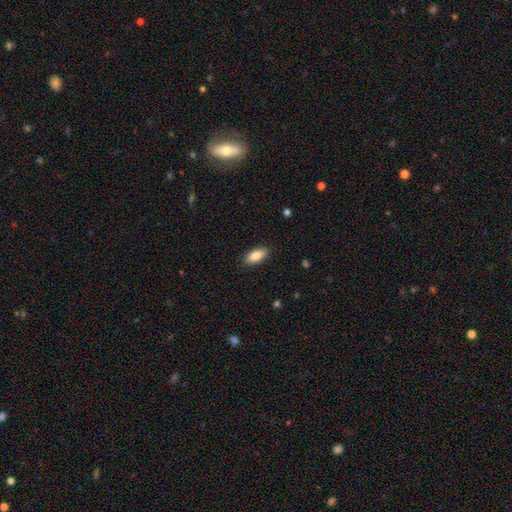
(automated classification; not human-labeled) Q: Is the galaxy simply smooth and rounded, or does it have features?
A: smooth — 84%.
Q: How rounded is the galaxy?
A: in between — 84%.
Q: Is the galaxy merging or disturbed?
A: none — 89%.